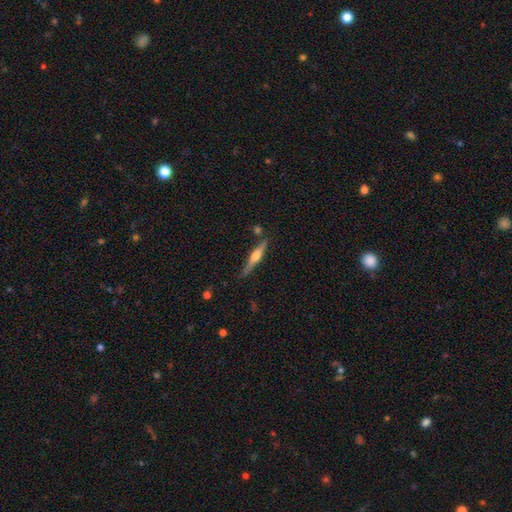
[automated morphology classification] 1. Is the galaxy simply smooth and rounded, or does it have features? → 67% featured or disk, 27% smooth, 6% star or artifact.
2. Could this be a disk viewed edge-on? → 97% yes, 3% no.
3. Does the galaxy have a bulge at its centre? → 91% rounded, 5% boxy, 4% none.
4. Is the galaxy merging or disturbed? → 81% none, 13% minor disturbance, 4% merger, 2% major disturbance.